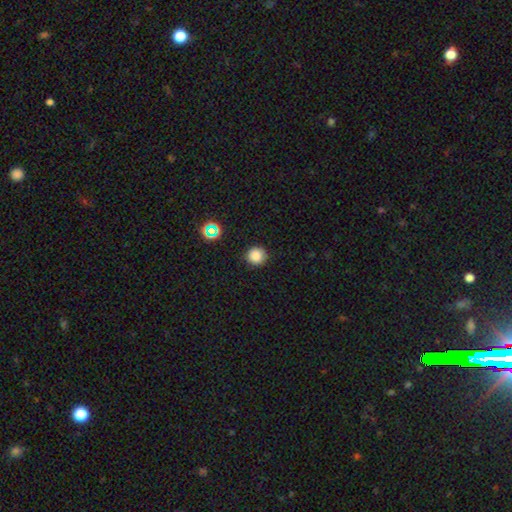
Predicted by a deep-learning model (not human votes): Smooth or featured: smooth — 82% (star or artifact — 14%)
How rounded: round — 93% (in between — 6%)
Merging: none — 88% (minor disturbance — 8%)